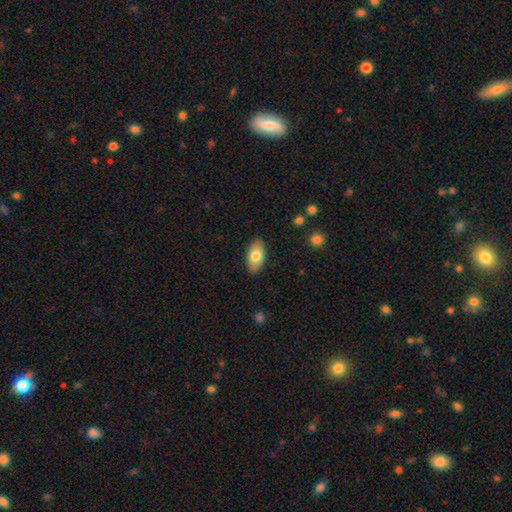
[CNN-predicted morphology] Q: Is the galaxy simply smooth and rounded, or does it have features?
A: smooth — 77%.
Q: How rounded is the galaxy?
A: in between — 93%.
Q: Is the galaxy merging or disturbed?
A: none — 87%.